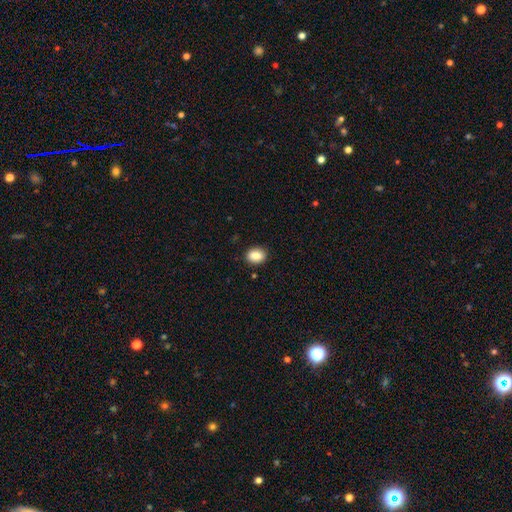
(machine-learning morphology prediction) Q: Smooth or featured?
A: smooth (87%); runner-up: star or artifact (8%)
Q: How rounded?
A: in between (60%); runner-up: round (39%)
Q: Merging?
A: none (89%); runner-up: minor disturbance (8%)